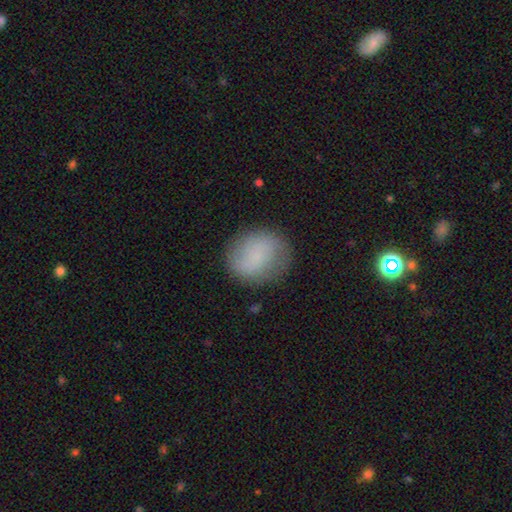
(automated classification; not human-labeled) Q: Smooth or featured?
A: smooth (75%); runner-up: featured or disk (16%)
Q: How rounded?
A: round (69%); runner-up: in between (30%)
Q: Merging?
A: none (76%); runner-up: minor disturbance (17%)